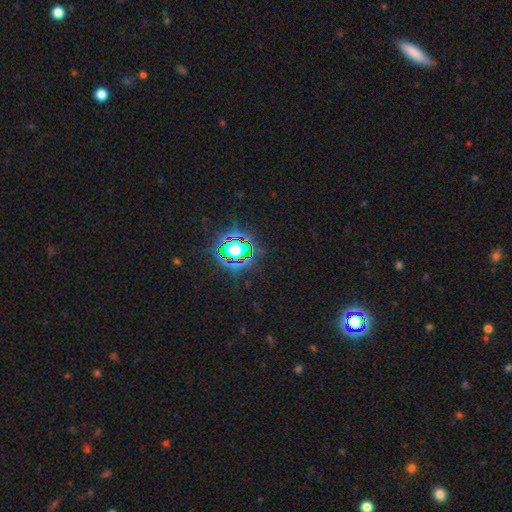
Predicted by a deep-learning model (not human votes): Overall: star or artifact (82%).